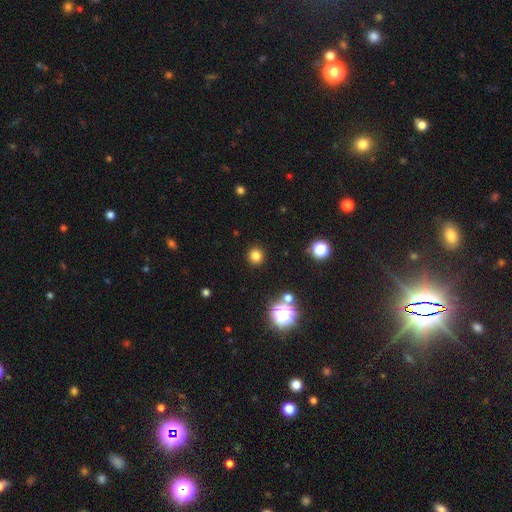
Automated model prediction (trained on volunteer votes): The model was most divided on "smooth or featured": smooth: 80%, star or artifact: 16%, featured or disk: 5%. More confident: merging — none (91%); how rounded — round (91%).